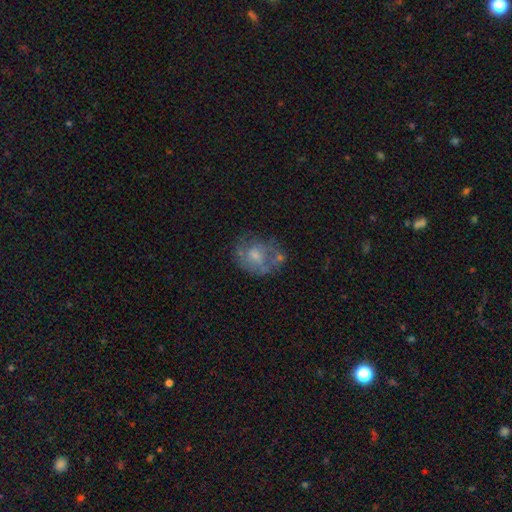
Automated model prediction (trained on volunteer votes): A featured or disk galaxy (57%) with no bar (74%), spiral arms (50%, tied with no) and a moderate central bulge (46%). Merging: none (53%).